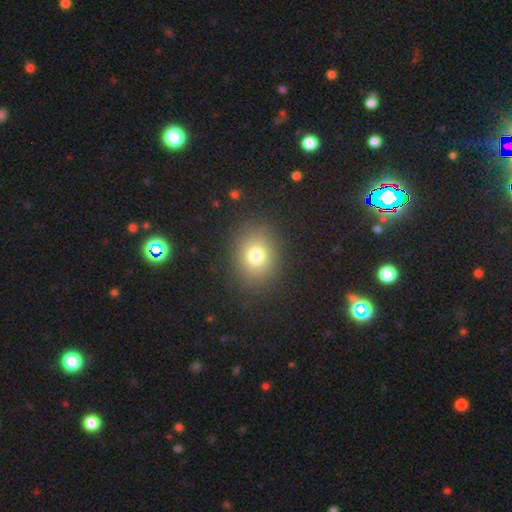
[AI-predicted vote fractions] A smooth galaxy with no disk features (75%) that is round (57%). Merging: none (86%).